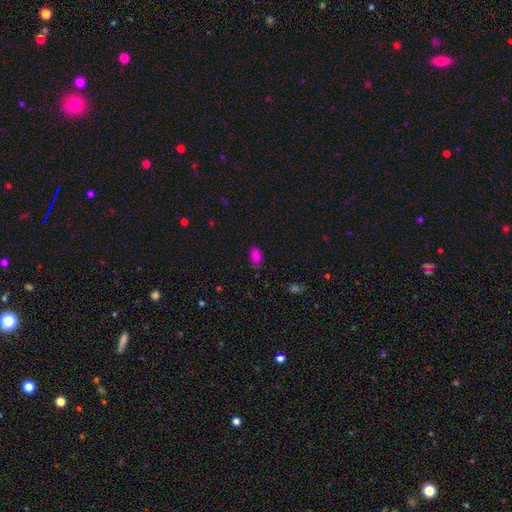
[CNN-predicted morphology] This appears to be a smooth galaxy with no disk features (83%) that is in between round and cigar-shaped (92%). Merging: none (80%).